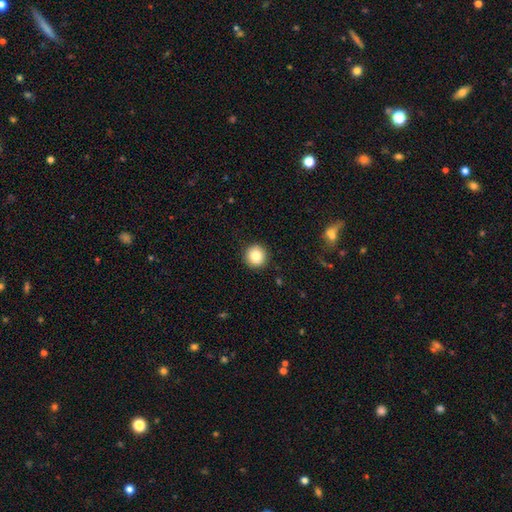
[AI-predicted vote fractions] smooth 82%, star or artifact 9%, featured or disk 9%. Down the decision tree: how rounded — round (95%); merging — none (91%).